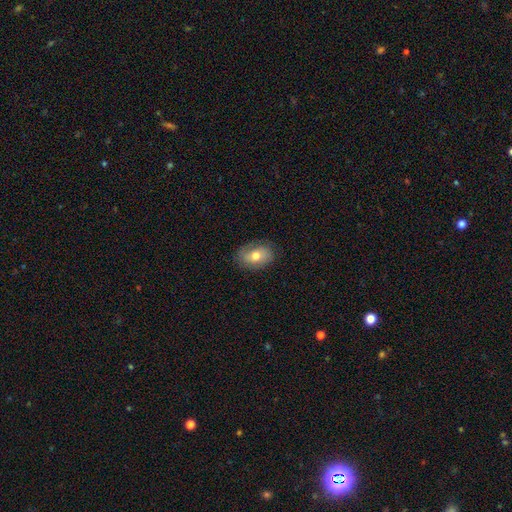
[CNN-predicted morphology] A smooth galaxy with no disk features (68%) that is in between round and cigar-shaped (81%).

Vote fractions:
- Smooth or featured? smooth: 68% / featured or disk: 24% / star or artifact: 8%
- How rounded? in between: 81% / round: 17% / cigar-shaped: 1%
- Merging? none: 79% / minor disturbance: 16% / major disturbance: 4% / merger: 1%